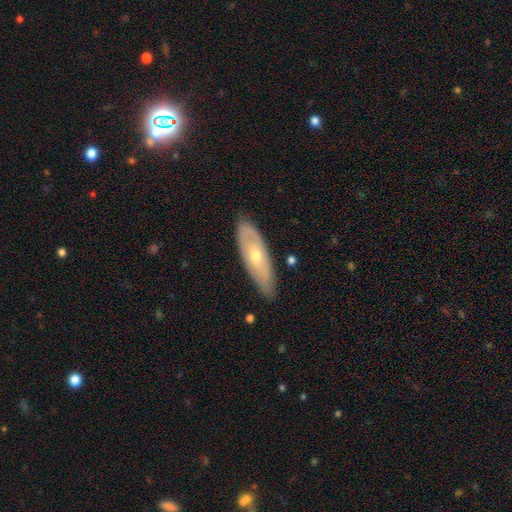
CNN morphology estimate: Smooth or featured? featured or disk (56%)
Edge-on disk? no (69%)
Merging? none (78%)